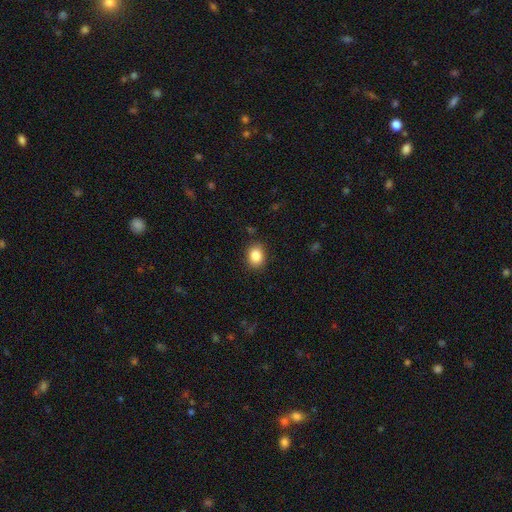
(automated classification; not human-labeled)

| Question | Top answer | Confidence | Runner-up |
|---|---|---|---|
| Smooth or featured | smooth | 86% | star or artifact (9%) |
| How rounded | in between | 50% | round (49%) |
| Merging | none | 87% | minor disturbance (10%) |